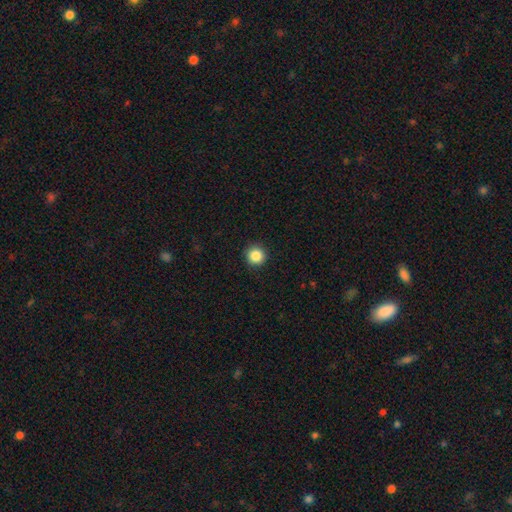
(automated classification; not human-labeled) smooth 86%, star or artifact 10%, featured or disk 4%. Down the decision tree: how rounded — round (95%); merging — none (92%).